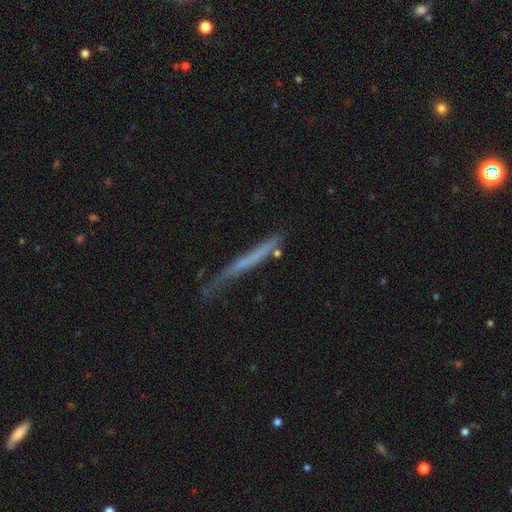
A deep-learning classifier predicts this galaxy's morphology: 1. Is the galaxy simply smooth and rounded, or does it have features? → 49% featured or disk, 42% smooth, 9% star or artifact.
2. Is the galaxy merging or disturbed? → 60% none, 27% minor disturbance, 9% major disturbance, 4% merger.